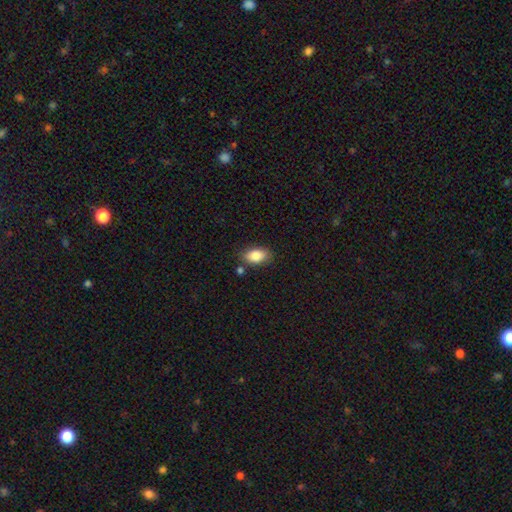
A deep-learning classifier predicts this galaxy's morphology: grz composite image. It shows a smooth galaxy with no disk features (85%) that is in between round and cigar-shaped (90%). Merging: none (78%).